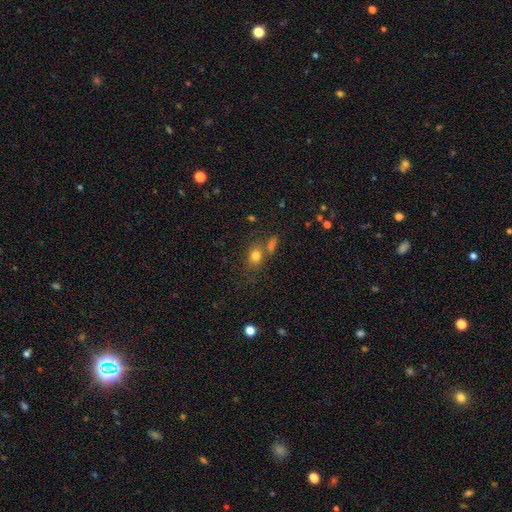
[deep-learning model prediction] Overall: smooth (77%). How rounded: in between (53%; round 45%). Merging: none (60%; merger 21%).